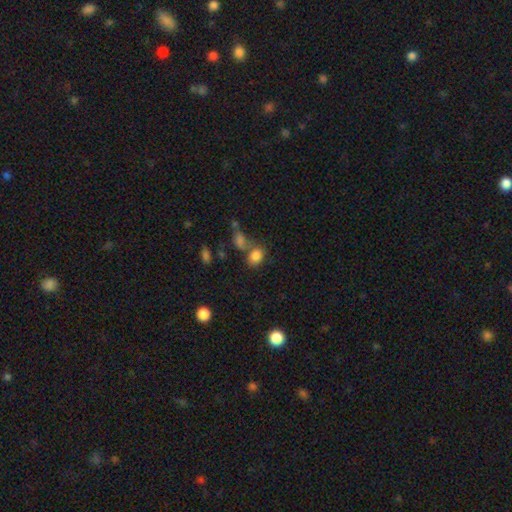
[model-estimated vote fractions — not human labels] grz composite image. It shows a smooth galaxy with no disk features (82%) that is in between round and cigar-shaped (63%). Merging: none (50%).